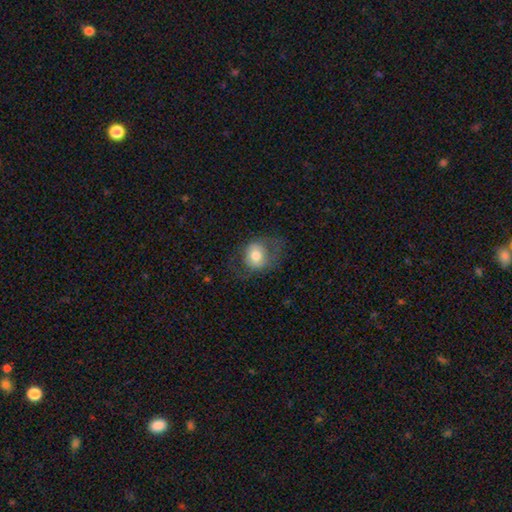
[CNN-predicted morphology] Q: Smooth or featured?
A: smooth (64%); runner-up: featured or disk (29%)
Q: How rounded?
A: round (64%); runner-up: in between (35%)
Q: Merging?
A: none (58%); runner-up: major disturbance (20%)